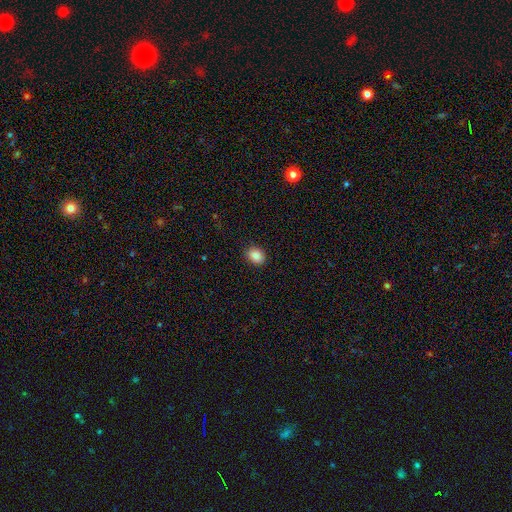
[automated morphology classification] smooth-or-featured: smooth: 88% | star or artifact: 9% | featured or disk: 3%
  how-rounded: in between: 56% | round: 43% | cigar-shaped: 1%
  merging: none: 85% | minor disturbance: 11% | major disturbance: 3% | merger: 1%